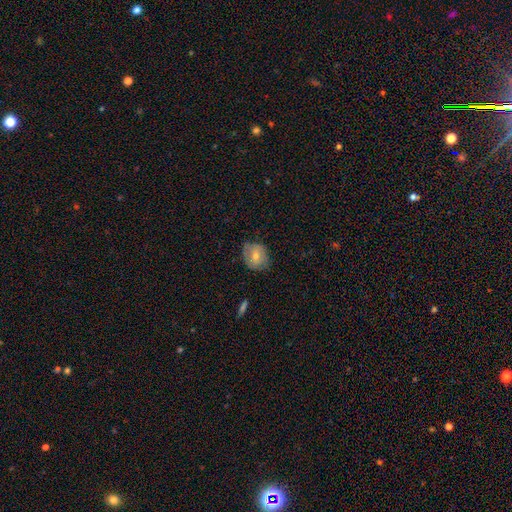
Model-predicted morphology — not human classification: A smooth galaxy with no disk features (57%) that is round (68%). Merging: none (71%).